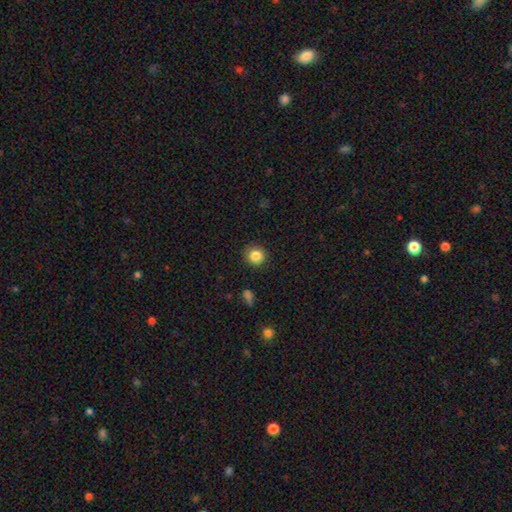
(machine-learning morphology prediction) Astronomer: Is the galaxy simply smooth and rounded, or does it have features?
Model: smooth — 85%.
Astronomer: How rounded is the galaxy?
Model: round — 91%.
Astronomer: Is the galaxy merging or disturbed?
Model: none — 89%.